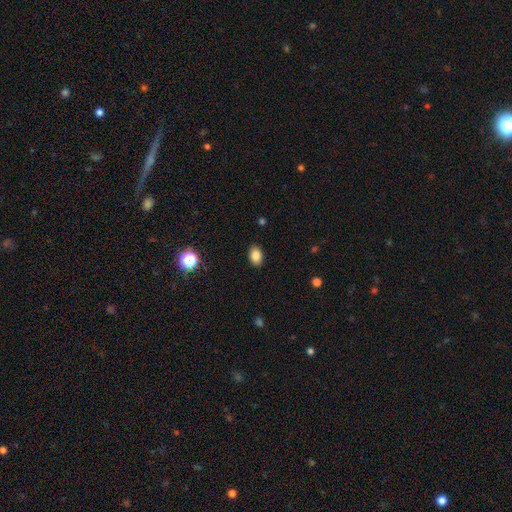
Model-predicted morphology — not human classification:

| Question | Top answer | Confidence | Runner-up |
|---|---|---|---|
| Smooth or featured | smooth | 84% | star or artifact (10%) |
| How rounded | in between | 82% | round (17%) |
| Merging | none | 89% | minor disturbance (8%) |